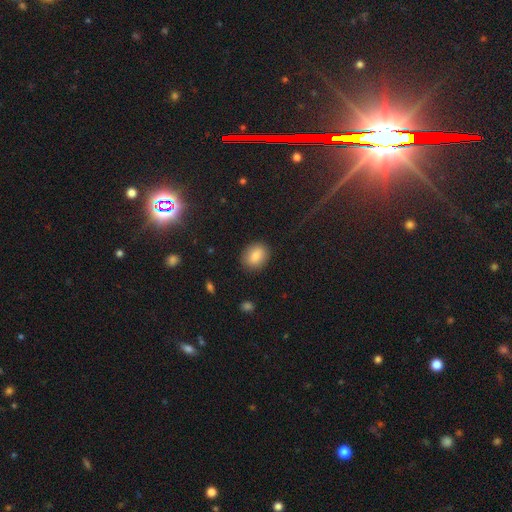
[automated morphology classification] smooth_or_featured: smooth (p=0.84) [alt: star or artifact p=0.09]
how_rounded: in between (p=0.52) [alt: round p=0.47]
merging: none (p=0.87) [alt: minor disturbance p=0.09]